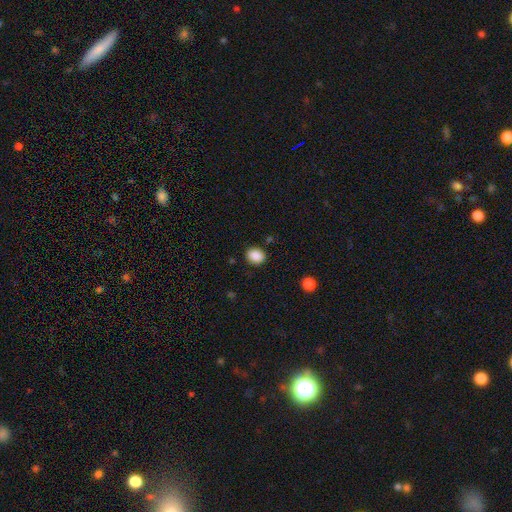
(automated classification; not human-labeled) Overall: smooth (88%). How rounded: round (54%; in between 45%). Merging: none (87%).